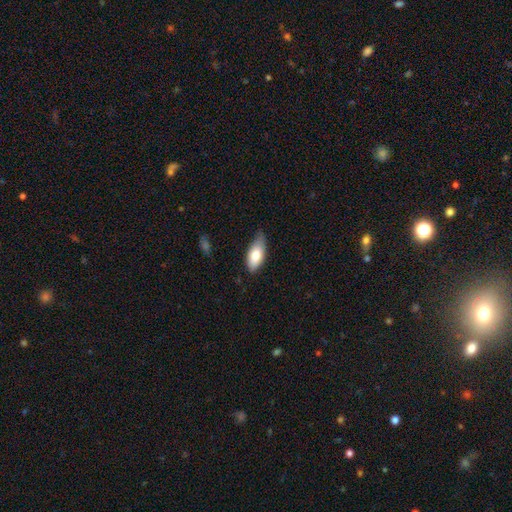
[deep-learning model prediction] A smooth galaxy with no disk features (80%) that is in between round and cigar-shaped (88%).

Vote fractions:
- Smooth or featured? smooth: 80% / featured or disk: 14% / star or artifact: 6%
- How rounded? in between: 88% / cigar-shaped: 10% / round: 2%
- Merging? none: 61% / minor disturbance: 33% / major disturbance: 5% / merger: 1%